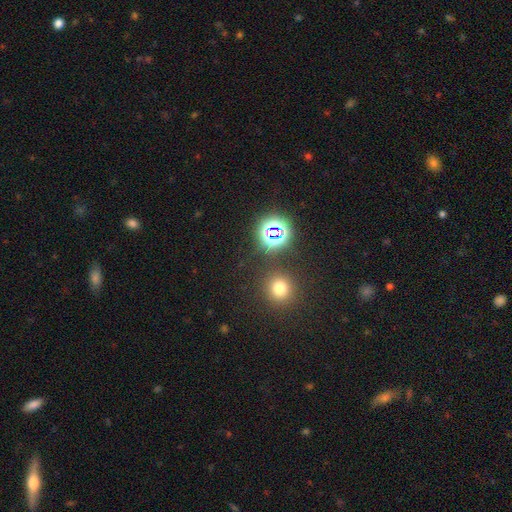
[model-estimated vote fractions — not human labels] smooth-or-featured: star or artifact: 52% | smooth: 43% | featured or disk: 5%